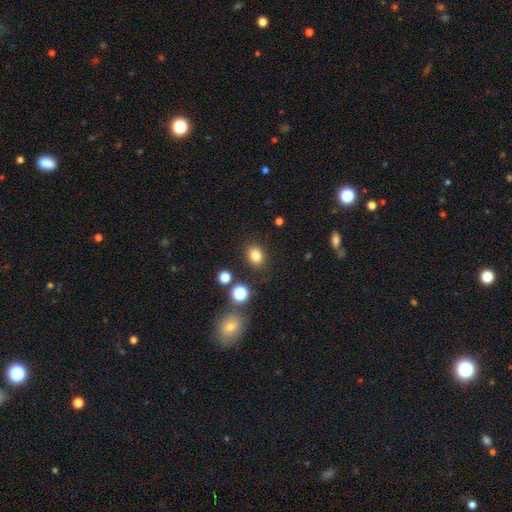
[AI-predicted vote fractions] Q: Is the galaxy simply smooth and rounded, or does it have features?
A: smooth — 81%.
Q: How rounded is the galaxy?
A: round — 50%.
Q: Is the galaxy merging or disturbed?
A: none — 85%.